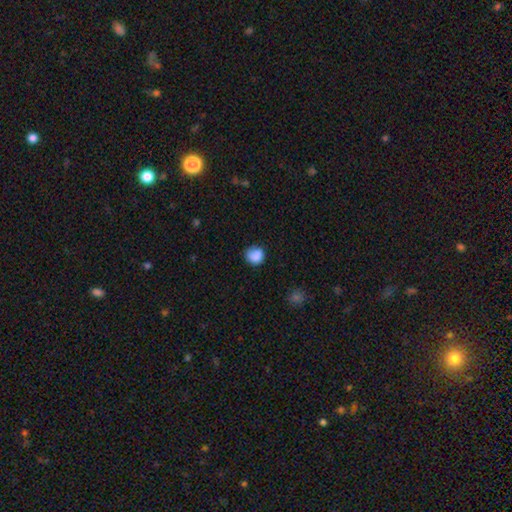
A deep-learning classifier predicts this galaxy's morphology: Smooth or featured?
  - smooth: 86% *
  - star or artifact: 9%
  - featured or disk: 6%
How rounded?
  - round: 80% *
  - in between: 19%
  - cigar-shaped: 1%
Merging?
  - none: 69% *
  - minor disturbance: 22%
  - major disturbance: 6%
  - merger: 3%